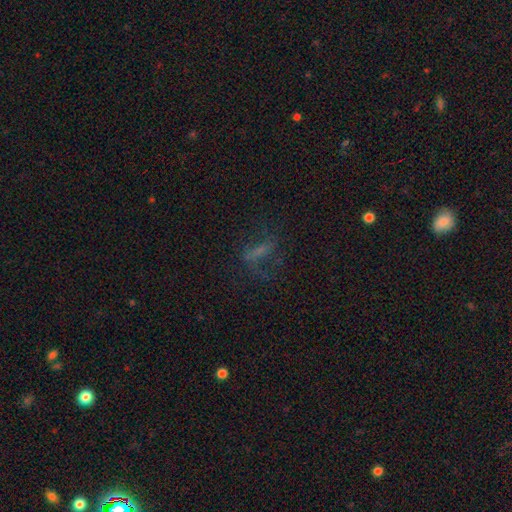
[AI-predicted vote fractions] A featured or disk galaxy (36%).

Vote fractions:
- Smooth or featured? featured or disk: 36% / smooth: 33% / star or artifact: 31%
- Merging? none: 57% / major disturbance: 23% / minor disturbance: 18% / merger: 2%